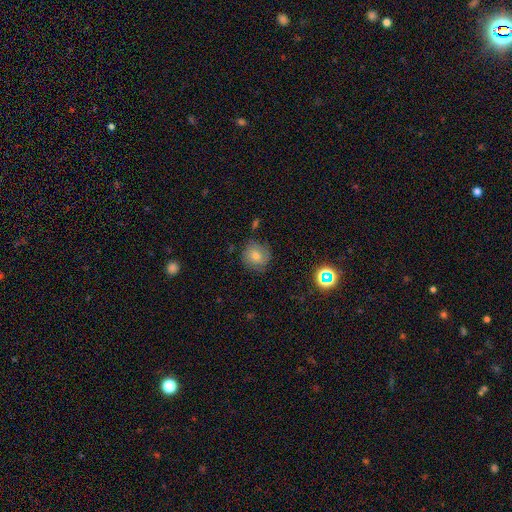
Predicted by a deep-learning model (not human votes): smooth 66%, featured or disk 19%, star or artifact 16%. Down the decision tree: how rounded — round (90%); merging — none (77%).